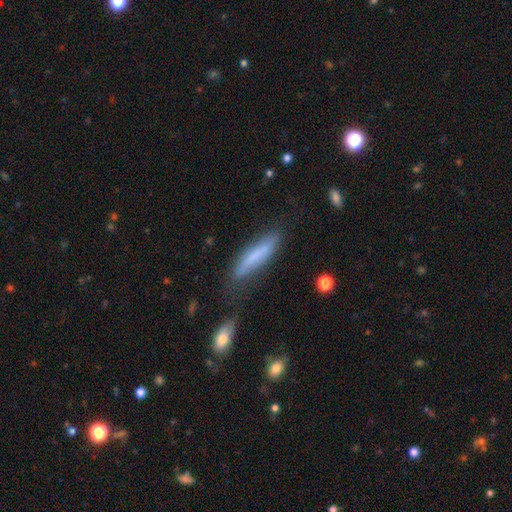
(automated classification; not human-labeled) The model was most divided on "merging": none: 60%, minor disturbance: 24%, major disturbance: 9%, merger: 7%. More confident: how rounded — cigar-shaped (84%); smooth or featured — smooth (64%).